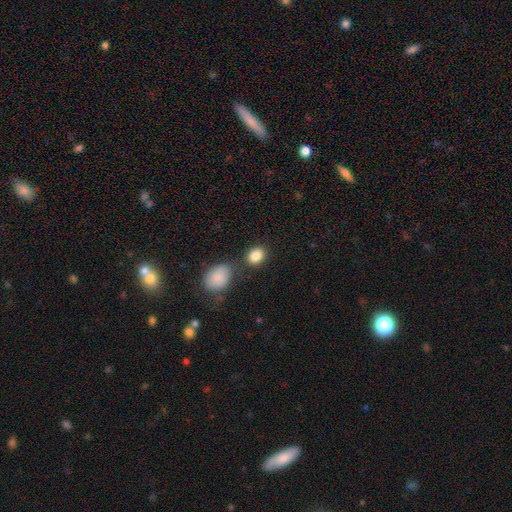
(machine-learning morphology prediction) Smooth or featured? Predicted: smooth (p=0.86). How rounded? Predicted: in between (p=0.60). Merging? Predicted: none (p=0.71).